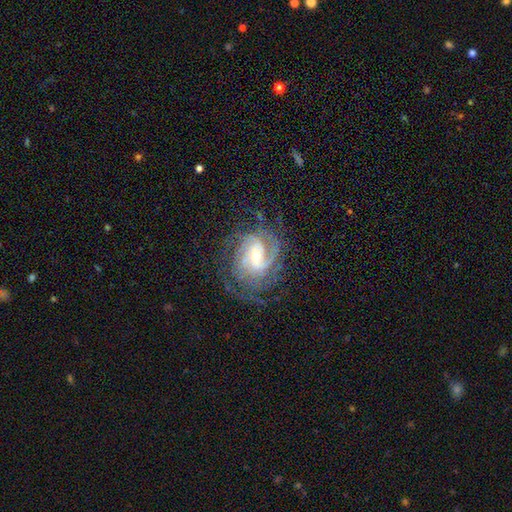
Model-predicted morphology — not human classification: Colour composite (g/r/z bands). It shows a featured or disk galaxy (89%) with a weak bar (49%), 2 (32%) tight (49%) spiral arms (97%) and a small central bulge (51%). Merging: none (69%).